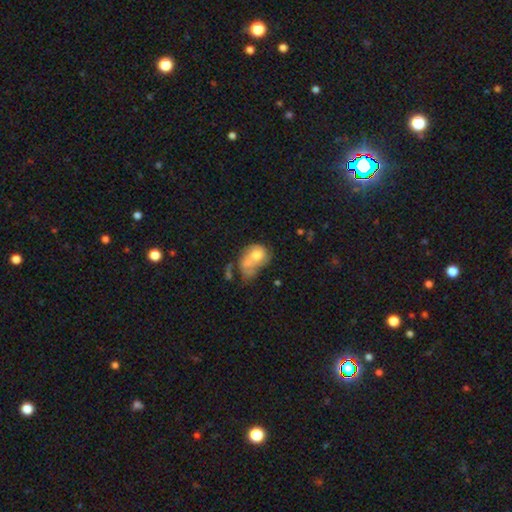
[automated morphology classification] Q: Smooth or featured?
A: smooth (54%); runner-up: featured or disk (37%)
Q: How rounded?
A: in between (65%); runner-up: round (34%)
Q: Merging?
A: merger (38%); runner-up: major disturbance (25%)